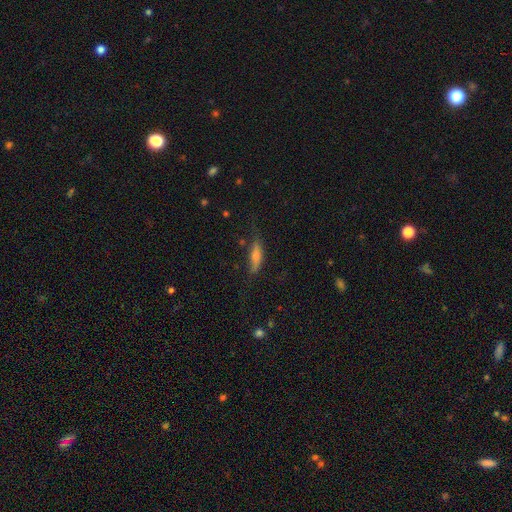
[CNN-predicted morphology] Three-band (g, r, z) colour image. It shows a smooth galaxy with no disk features (58%) that is cigar-shaped (71%). Merging: none (67%).